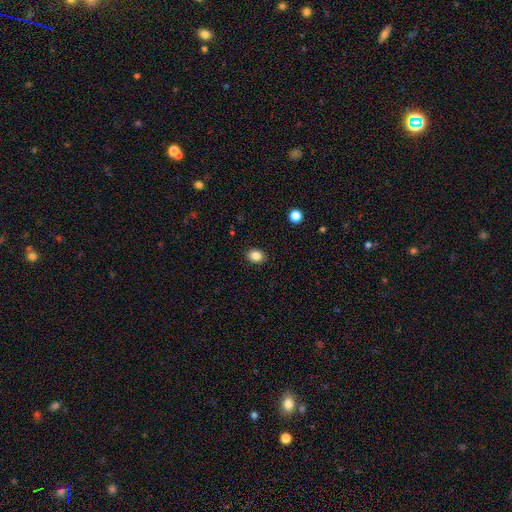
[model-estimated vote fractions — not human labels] Smooth or featured: smooth — 86% (star or artifact — 10%)
How rounded: in between — 60% (round — 39%)
Merging: none — 90% (minor disturbance — 7%)